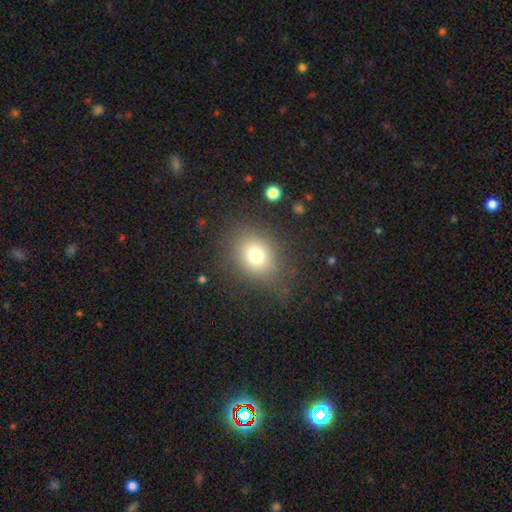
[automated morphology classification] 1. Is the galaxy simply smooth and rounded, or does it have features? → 73% smooth, 15% star or artifact, 12% featured or disk.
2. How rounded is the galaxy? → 59% round, 40% in between, 1% cigar-shaped.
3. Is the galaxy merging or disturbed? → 74% none, 15% minor disturbance, 9% major disturbance, 2% merger.